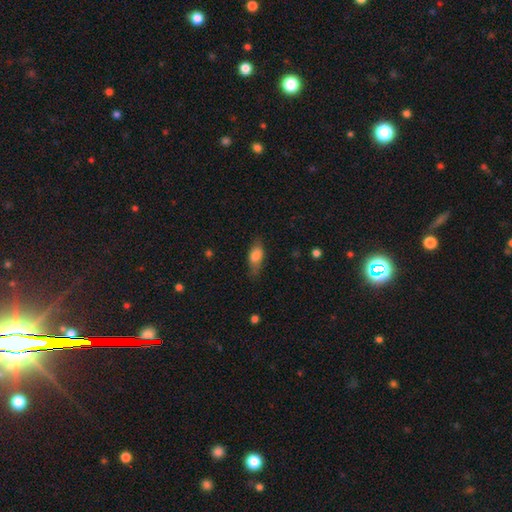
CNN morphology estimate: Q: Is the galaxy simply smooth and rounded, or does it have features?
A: smooth — 75%.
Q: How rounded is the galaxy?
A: in between — 77%.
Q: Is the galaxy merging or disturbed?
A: none — 70%.